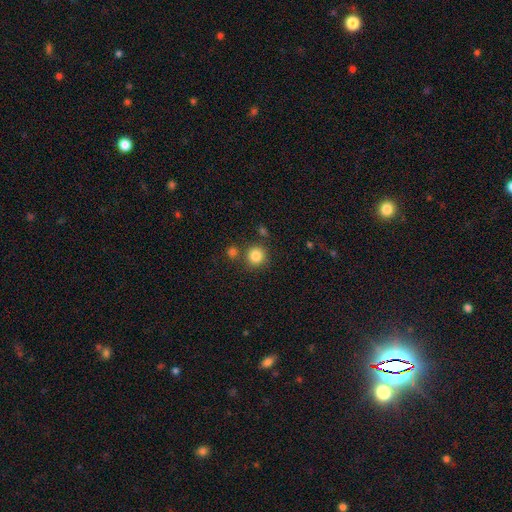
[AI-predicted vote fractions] Smooth or featured: smooth — 84% (star or artifact — 11%)
How rounded: round — 92% (in between — 7%)
Merging: none — 78% (merger — 10%)